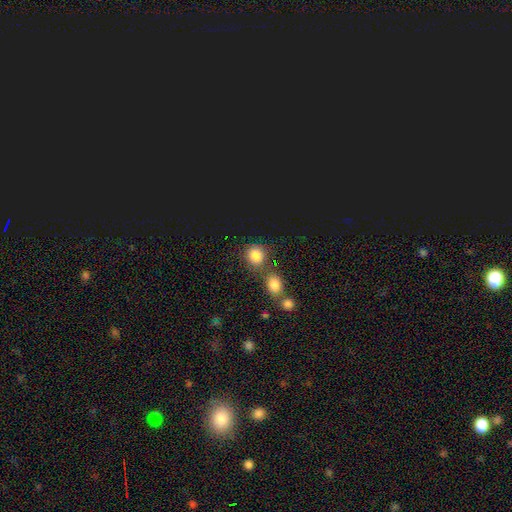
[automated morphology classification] This appears to be a smooth galaxy with no disk features (79%) that is round (82%). Merging: none (63%).